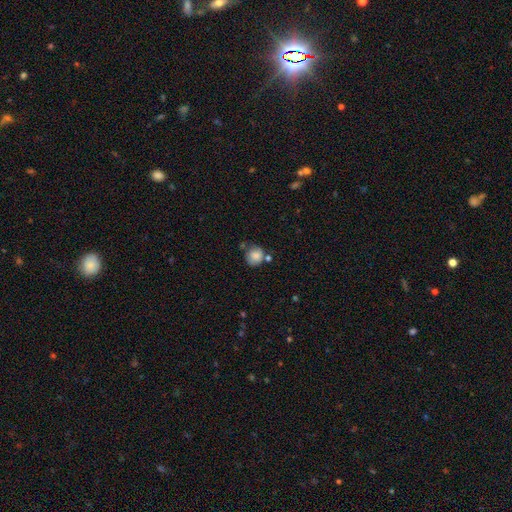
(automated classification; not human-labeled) smooth_or_featured: smooth (p=0.79) [alt: featured or disk p=0.13]
how_rounded: round (p=0.84) [alt: in between p=0.15]
merging: none (p=0.58) [alt: minor disturbance p=0.22]